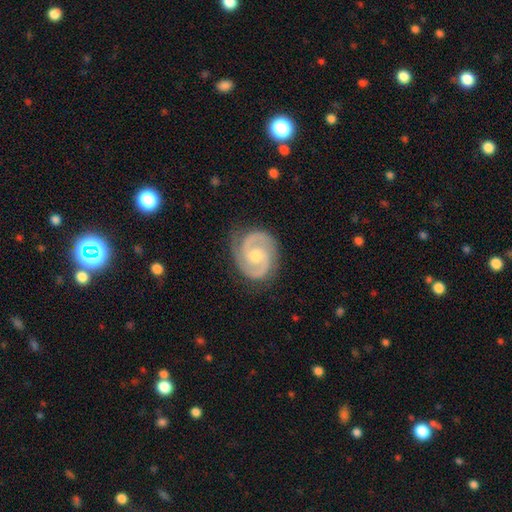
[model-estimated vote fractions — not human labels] A featured or disk galaxy (91%) with no bar (59%), 2 (93%) tight (47%) spiral arms (98%) and a moderate central bulge (61%). Merging: none (84%).